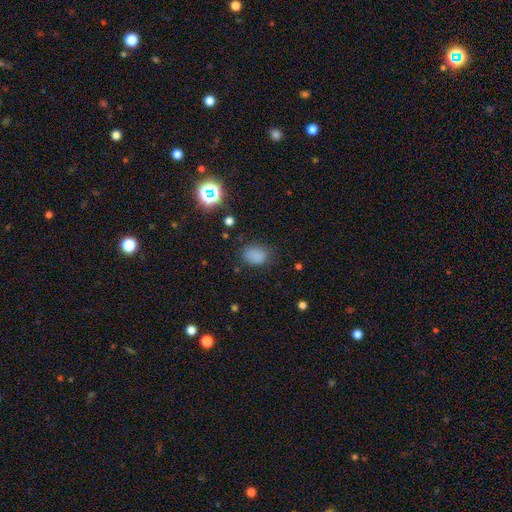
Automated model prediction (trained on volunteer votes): Smooth or featured?
  - smooth: 81% *
  - star or artifact: 14%
  - featured or disk: 5%
How rounded?
  - in between: 69% *
  - round: 29%
  - cigar-shaped: 1%
Merging?
  - none: 71% *
  - minor disturbance: 20%
  - major disturbance: 7%
  - merger: 2%